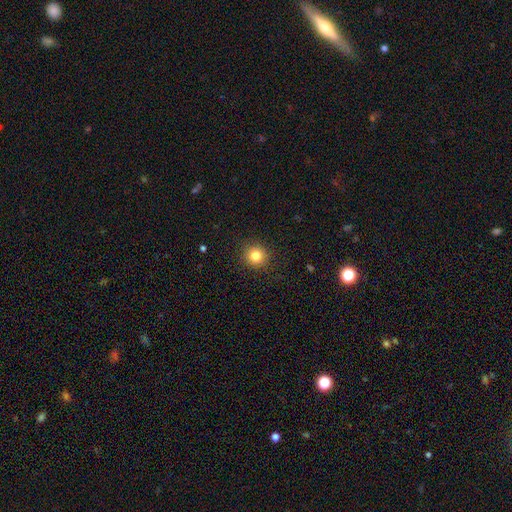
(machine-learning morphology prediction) Overall: smooth (82%). How rounded: round (93%). Merging: none (91%).